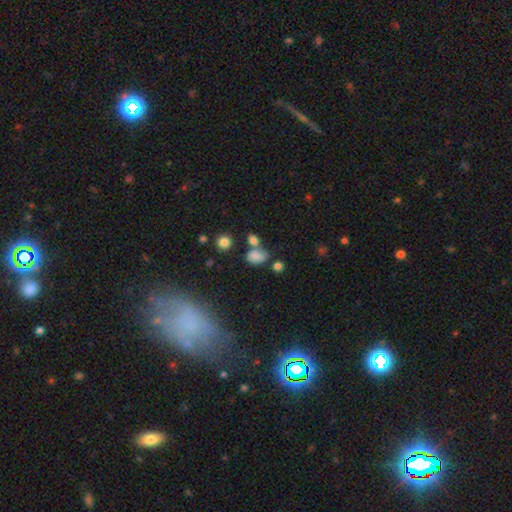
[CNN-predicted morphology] A smooth galaxy with no disk features (71%) that is in between round and cigar-shaped (73%).

Vote fractions:
- Smooth or featured? smooth: 71% / featured or disk: 15% / star or artifact: 14%
- How rounded? in between: 73% / round: 25% / cigar-shaped: 2%
- Merging? none: 44% / merger: 26% / minor disturbance: 21% / major disturbance: 10%